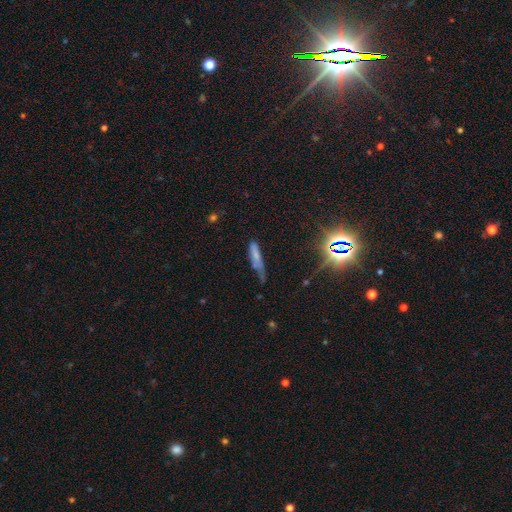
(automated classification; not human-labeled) Overall: smooth (64%). How rounded: cigar-shaped (76%). Merging: minor disturbance (37%; none 36%).